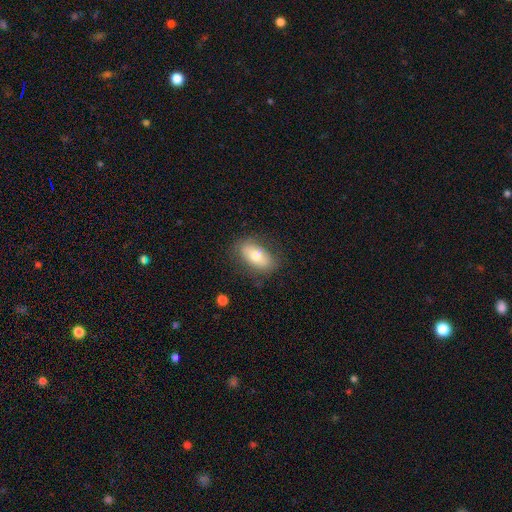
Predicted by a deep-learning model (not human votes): Smooth or featured? smooth (68%)
How rounded? in between (89%)
Merging? none (79%)